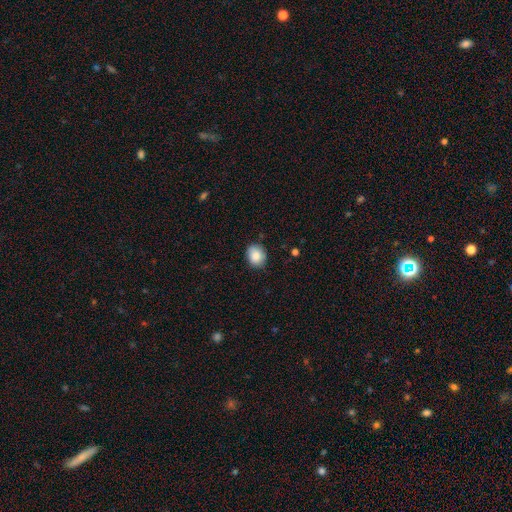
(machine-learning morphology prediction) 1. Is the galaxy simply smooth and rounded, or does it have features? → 85% smooth, 8% star or artifact, 6% featured or disk.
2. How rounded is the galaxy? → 60% round, 39% in between, 1% cigar-shaped.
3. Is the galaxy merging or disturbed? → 82% none, 14% minor disturbance, 2% major disturbance, 1% merger.